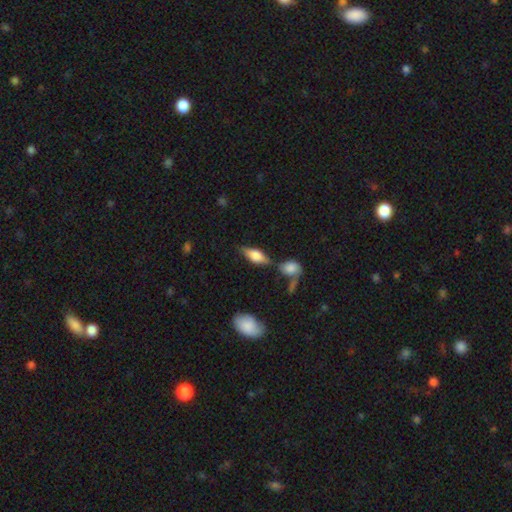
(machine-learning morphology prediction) Smooth or featured: smooth — 57% (featured or disk — 36%)
How rounded: in between — 75% (cigar-shaped — 21%)
Merging: none — 63% (minor disturbance — 17%)